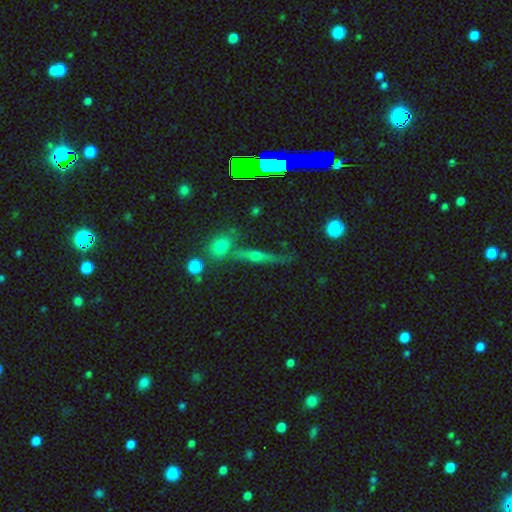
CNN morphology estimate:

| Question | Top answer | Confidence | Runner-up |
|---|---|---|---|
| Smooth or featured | featured or disk | 53% | smooth (28%) |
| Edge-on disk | yes | 85% | no (15%) |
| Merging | none | 66% | minor disturbance (14%) |